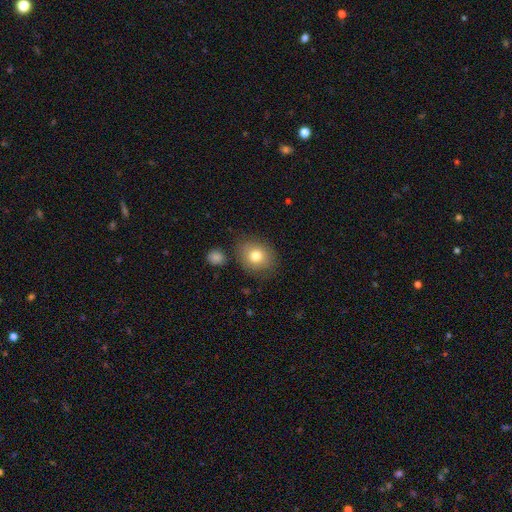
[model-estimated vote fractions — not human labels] Q: Smooth or featured?
A: smooth (77%); runner-up: featured or disk (13%)
Q: How rounded?
A: round (64%); runner-up: in between (36%)
Q: Merging?
A: none (78%); runner-up: minor disturbance (13%)